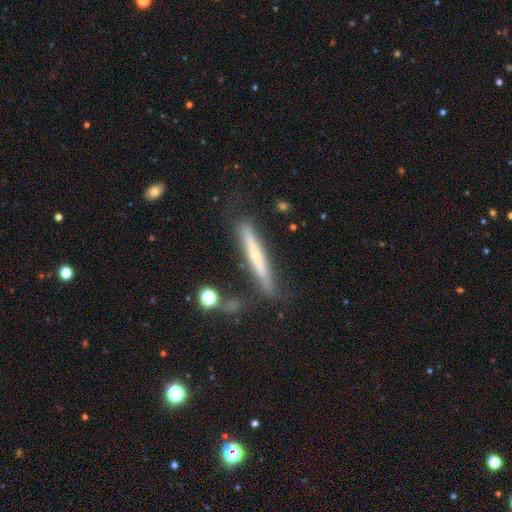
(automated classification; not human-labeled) The model was most divided on "smooth or featured": featured or disk: 49%, smooth: 44%, star or artifact: 7%. More confident: merging — none (77%).